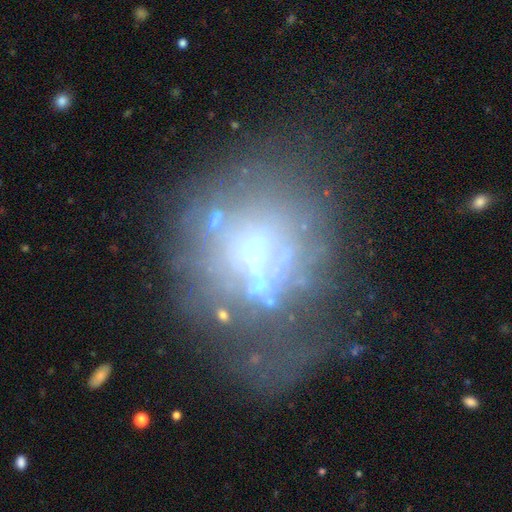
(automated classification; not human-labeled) This is possibly a featured or disk galaxy (50%). Merging: marginally none (39%).